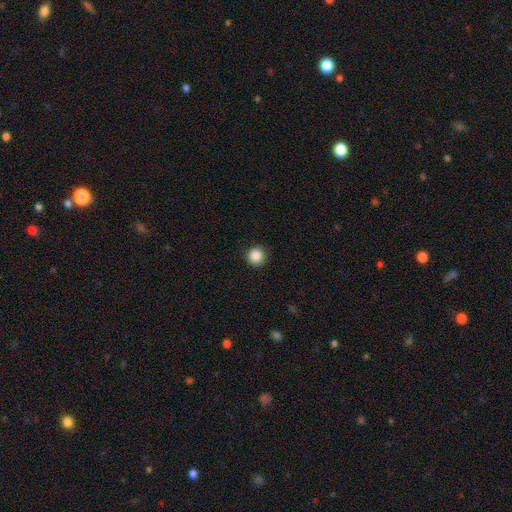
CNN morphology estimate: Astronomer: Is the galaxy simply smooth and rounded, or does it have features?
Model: smooth — 88%.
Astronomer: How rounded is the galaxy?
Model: round — 95%.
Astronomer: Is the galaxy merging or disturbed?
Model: none — 90%.